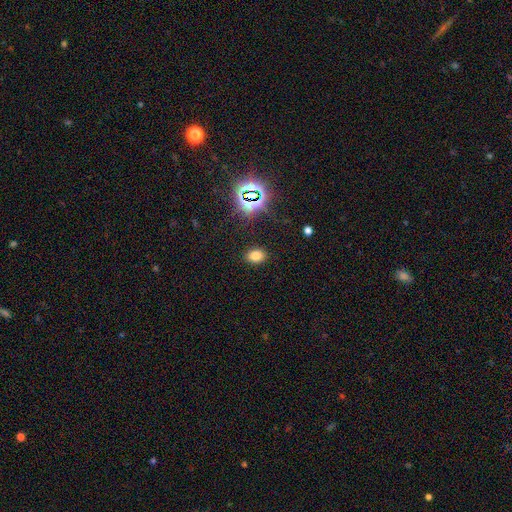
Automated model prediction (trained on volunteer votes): Smooth or featured? Predicted: smooth (p=0.74). How rounded? Predicted: in between (p=0.73). Merging? Predicted: none (p=0.87).